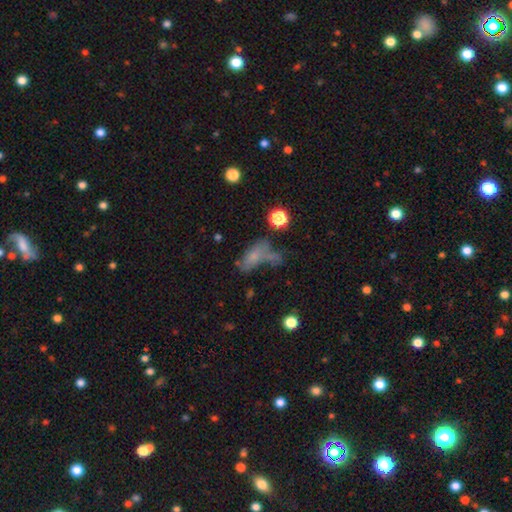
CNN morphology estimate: smooth 62%, featured or disk 22%, star or artifact 15%. Down the decision tree: how rounded — in between (77%); merging — none (34%).